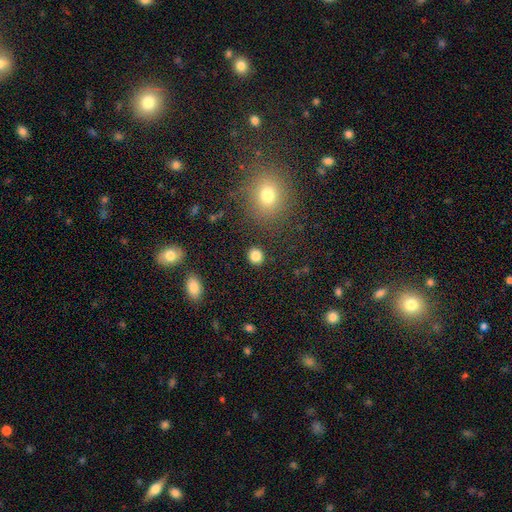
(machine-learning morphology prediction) This is clearly a smooth galaxy (84%). How rounded: clearly round (84%). Merging: clearly none (90%).